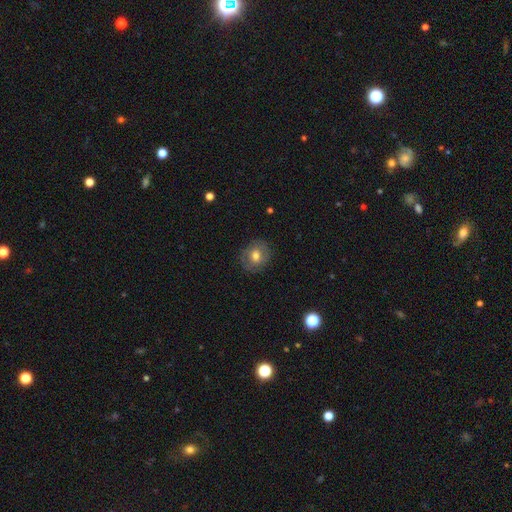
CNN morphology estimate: smooth-or-featured: smooth: 61% | featured or disk: 30% | star or artifact: 10%
  how-rounded: round: 74% | in between: 25% | cigar-shaped: 1%
  merging: none: 84% | minor disturbance: 11% | major disturbance: 4% | merger: 1%